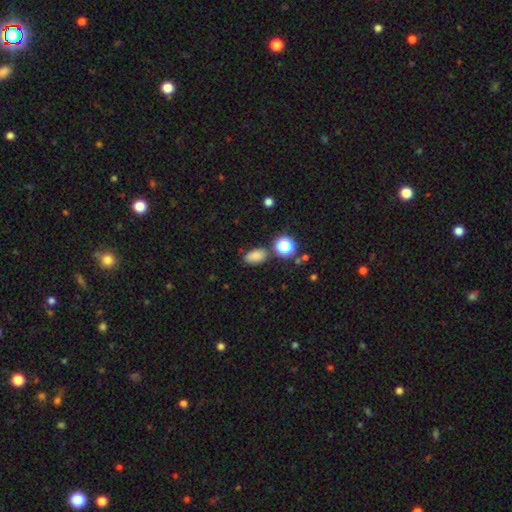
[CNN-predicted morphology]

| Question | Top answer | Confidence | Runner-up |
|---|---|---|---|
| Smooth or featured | smooth | 79% | star or artifact (15%) |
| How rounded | in between | 85% | round (13%) |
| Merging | none | 77% | minor disturbance (13%) |